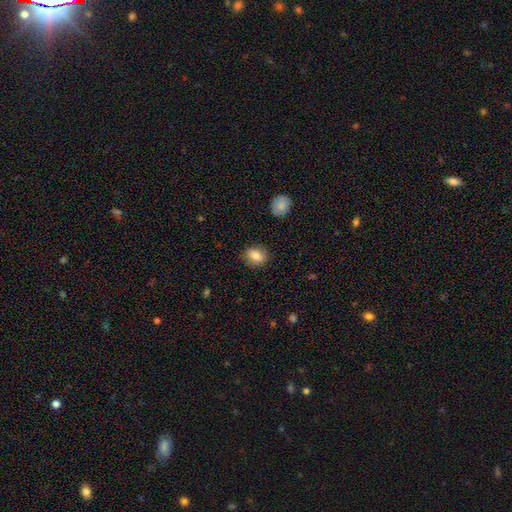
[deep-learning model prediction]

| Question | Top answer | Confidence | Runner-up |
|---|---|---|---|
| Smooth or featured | smooth | 82% | featured or disk (10%) |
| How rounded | round | 51% | in between (48%) |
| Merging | none | 84% | minor disturbance (12%) |